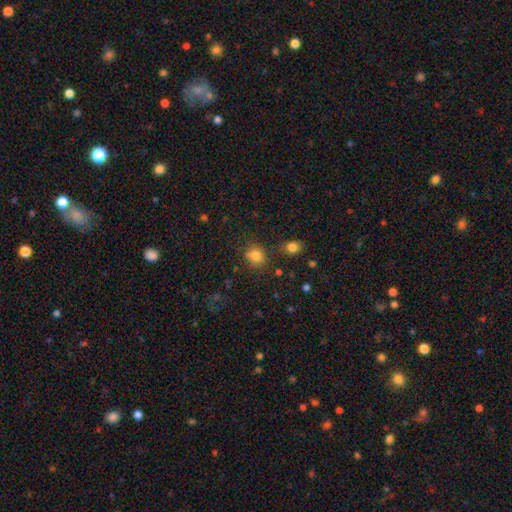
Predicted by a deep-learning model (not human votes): The model was most divided on "how rounded": round: 78%, in between: 21%, cigar-shaped: 1%. More confident: smooth or featured — smooth (81%); merging — none (71%).